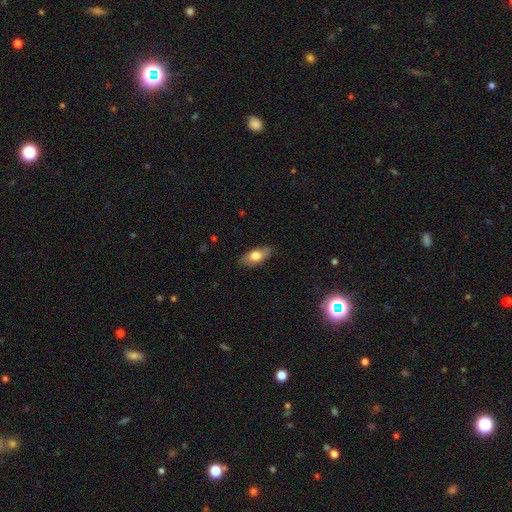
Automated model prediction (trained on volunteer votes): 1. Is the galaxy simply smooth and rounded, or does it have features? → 73% smooth, 20% featured or disk, 7% star or artifact.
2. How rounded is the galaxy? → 87% in between, 9% cigar-shaped, 4% round.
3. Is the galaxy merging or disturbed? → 84% none, 13% minor disturbance, 2% major disturbance, 1% merger.